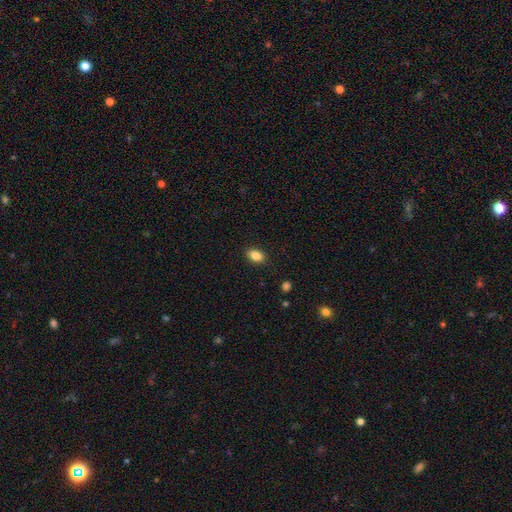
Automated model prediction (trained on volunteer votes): smooth_or_featured: smooth (p=0.85) [alt: star or artifact p=0.09]
how_rounded: in between (p=0.83) [alt: round p=0.16]
merging: none (p=0.89) [alt: minor disturbance p=0.08]